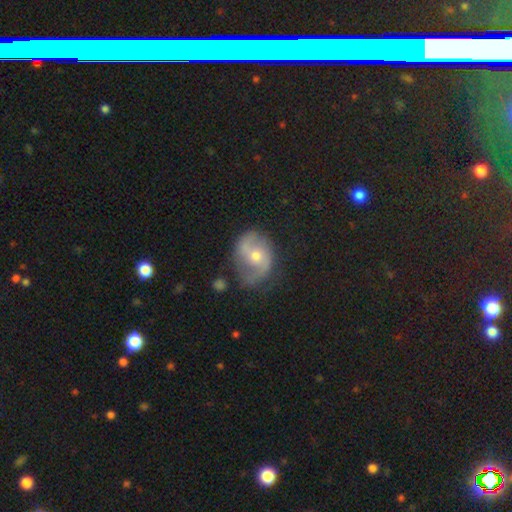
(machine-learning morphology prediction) Q: Smooth or featured?
A: featured or disk (75%); runner-up: smooth (18%)
Q: Edge-on disk?
A: no (97%); runner-up: yes (3%)
Q: Bar?
A: no (56%); runner-up: weak (35%)
Q: Spiral arms?
A: yes (90%); runner-up: no (10%)
Q: Spiral winding?
A: medium (45%); runner-up: loose (36%)
Q: Spiral arm count?
A: 2 (86%); runner-up: can't tell (7%)
Q: Bulge size?
A: moderate (59%); runner-up: small (37%)
Q: Merging?
A: none (64%); runner-up: minor disturbance (24%)